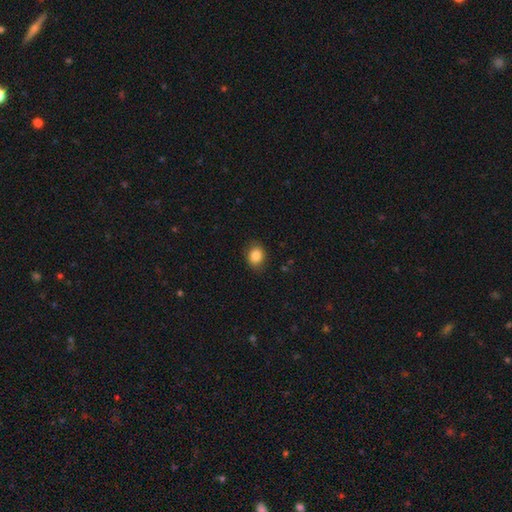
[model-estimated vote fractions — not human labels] The model was most divided on "how rounded": round: 52%, in between: 47%, cigar-shaped: 1%. More confident: smooth or featured — smooth (86%); merging — none (83%).